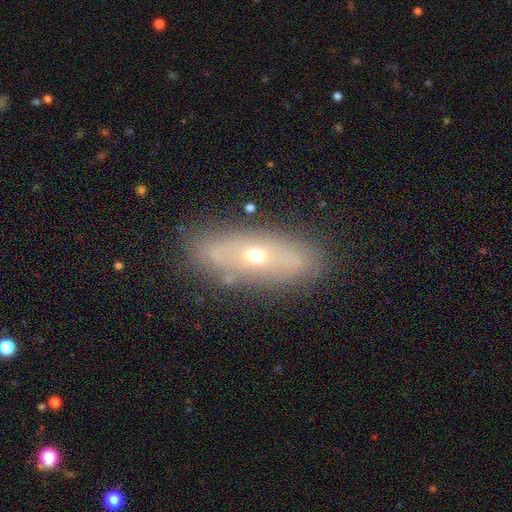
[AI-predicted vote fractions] The model was most divided on "smooth or featured": smooth: 48%, featured or disk: 42%, star or artifact: 10%. More confident: merging — none (81%).